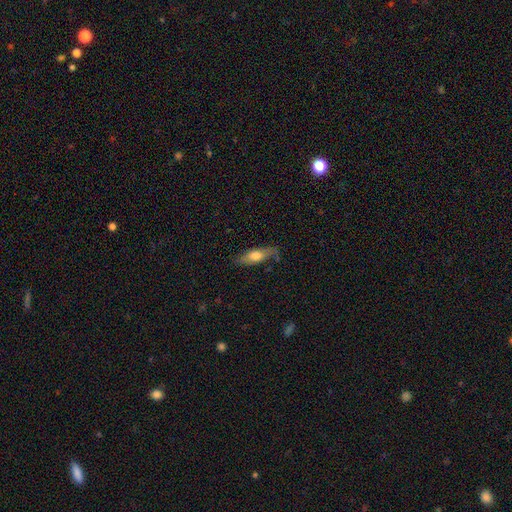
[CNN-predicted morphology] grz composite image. It shows a smooth galaxy with no disk features (63%) that is in between round and cigar-shaped (53%). Merging: none (73%).